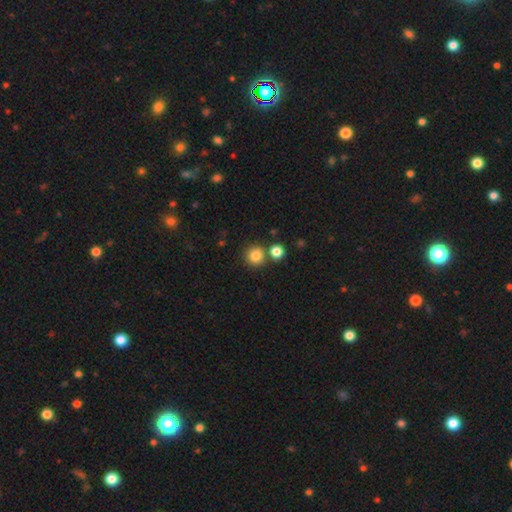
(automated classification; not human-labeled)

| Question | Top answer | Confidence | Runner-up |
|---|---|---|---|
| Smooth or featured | smooth | 83% | star or artifact (11%) |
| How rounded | round | 93% | in between (7%) |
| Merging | none | 74% | merger (17%) |